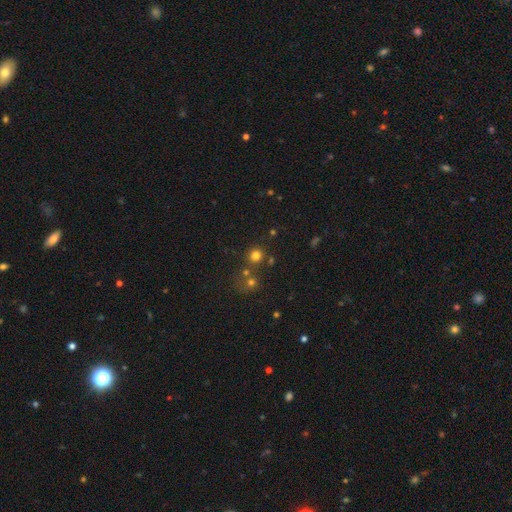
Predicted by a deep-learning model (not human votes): Smooth or featured? Predicted: smooth (p=0.72). How rounded? Predicted: round (p=0.90). Merging? Predicted: none (p=0.71).